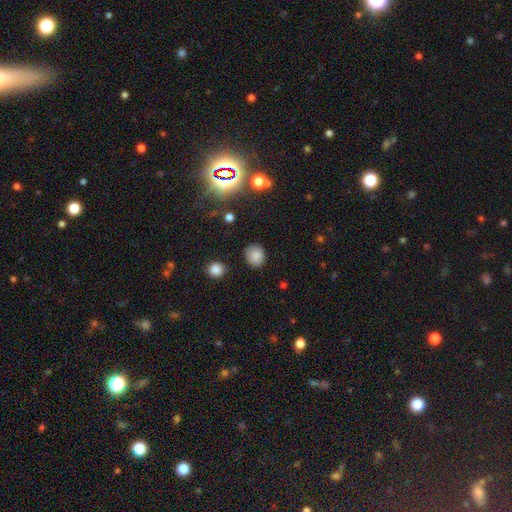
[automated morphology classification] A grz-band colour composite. It shows a smooth galaxy with no disk features (82%) that is round (73%). Merging: none (84%).